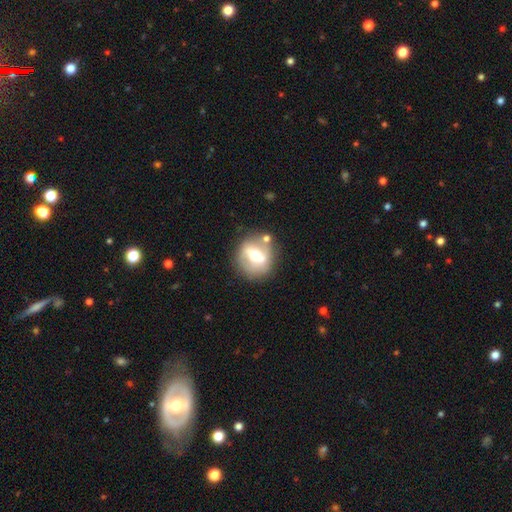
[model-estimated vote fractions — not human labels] smooth-or-featured: featured or disk: 57% | smooth: 35% | star or artifact: 8%
  disk-edge-on: no: 88% | yes: 12%
  merging: none: 71% | minor disturbance: 14% | merger: 8% | major disturbance: 6%